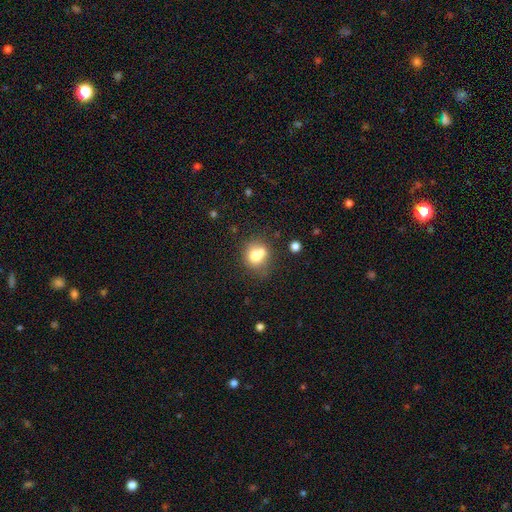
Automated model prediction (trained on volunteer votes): Morphology: type=smooth (71%); roundness=round (77%); merging=none (42%).